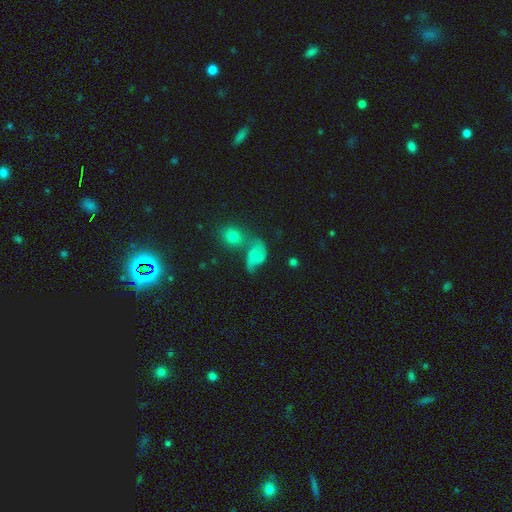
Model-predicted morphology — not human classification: The model was most divided on "merging": merger: 32%, none: 29%, minor disturbance: 21%, major disturbance: 18%. Remaining: smooth or featured — featured or disk (46%).